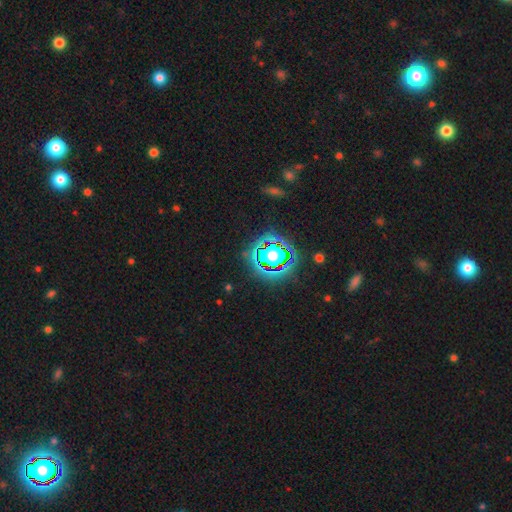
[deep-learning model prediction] Morphology: type=star or artifact (78%).